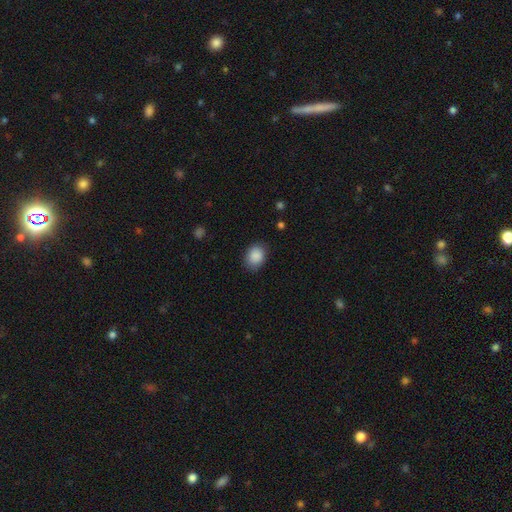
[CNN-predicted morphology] smooth_or_featured: smooth (p=0.89) [alt: star or artifact p=0.08]
how_rounded: in between (p=0.61) [alt: round p=0.38]
merging: none (p=0.83) [alt: minor disturbance p=0.13]